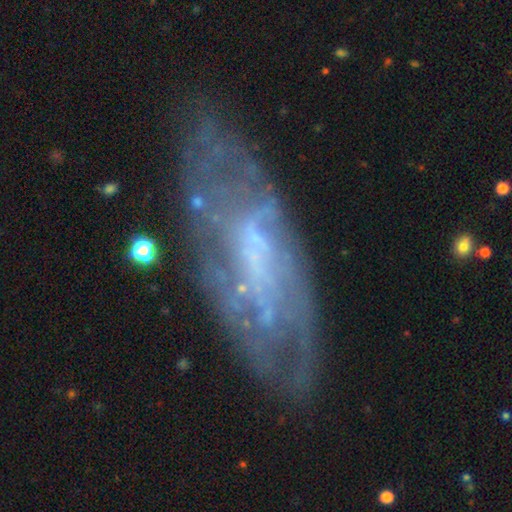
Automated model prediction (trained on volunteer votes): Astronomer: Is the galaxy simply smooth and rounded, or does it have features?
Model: featured or disk — 71%.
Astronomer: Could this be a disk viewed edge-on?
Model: no — 85%.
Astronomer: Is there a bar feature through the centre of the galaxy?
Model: no — 54% (runner-up: weak, 35%).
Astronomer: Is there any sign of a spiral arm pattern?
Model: yes — 59% (runner-up: no, 41%).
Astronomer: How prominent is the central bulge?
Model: none — 44% (runner-up: small, 36%).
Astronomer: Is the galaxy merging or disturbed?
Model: none — 68%.